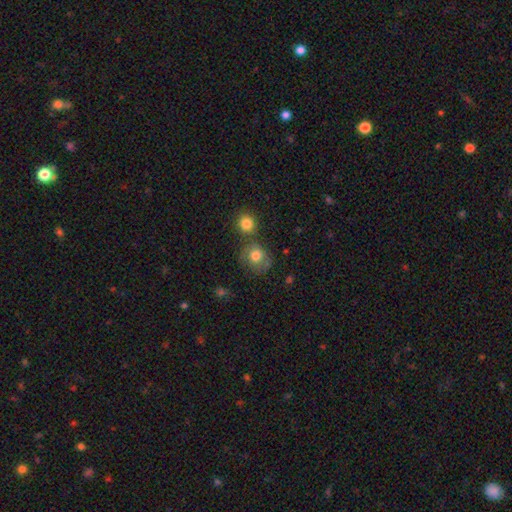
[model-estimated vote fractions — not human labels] Smooth or featured?
  - smooth: 72% *
  - featured or disk: 19%
  - star or artifact: 10%
How rounded?
  - round: 78% *
  - in between: 21%
  - cigar-shaped: 1%
Merging?
  - none: 56% *
  - minor disturbance: 19%
  - merger: 16%
  - major disturbance: 9%